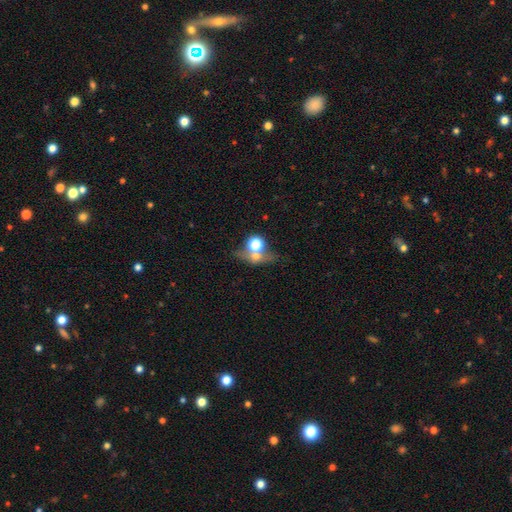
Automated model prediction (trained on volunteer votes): A smooth galaxy with no disk features (56%) that is round (55%). Merging: merger (44%).